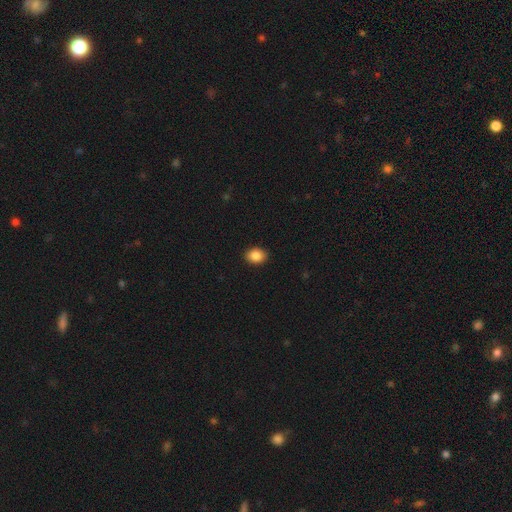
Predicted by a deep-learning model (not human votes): Overall: smooth (87%). How rounded: in between (61%; round 38%). Merging: none (91%).